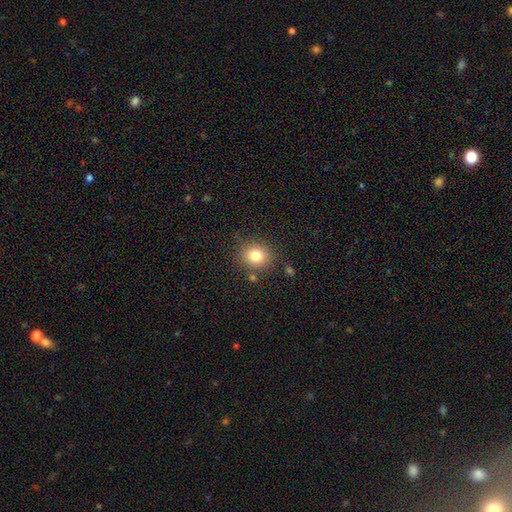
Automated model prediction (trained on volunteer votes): smooth-or-featured: smooth: 80% | star or artifact: 12% | featured or disk: 8%
  how-rounded: round: 79% | in between: 20% | cigar-shaped: 1%
  merging: none: 82% | minor disturbance: 10% | merger: 4% | major disturbance: 3%